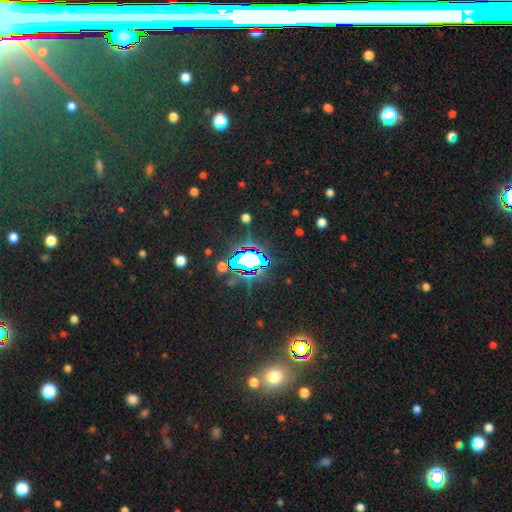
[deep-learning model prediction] This appears to be a star or artifact, not a galaxy (74%).